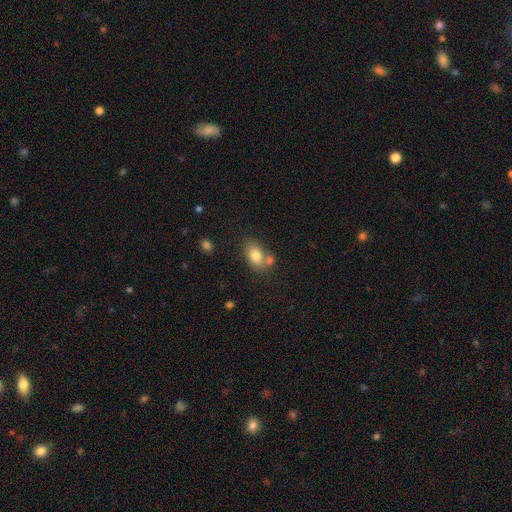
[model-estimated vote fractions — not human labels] This is likely a smooth galaxy (79%). How rounded: clearly in between (82%). Merging: possibly none (54%).